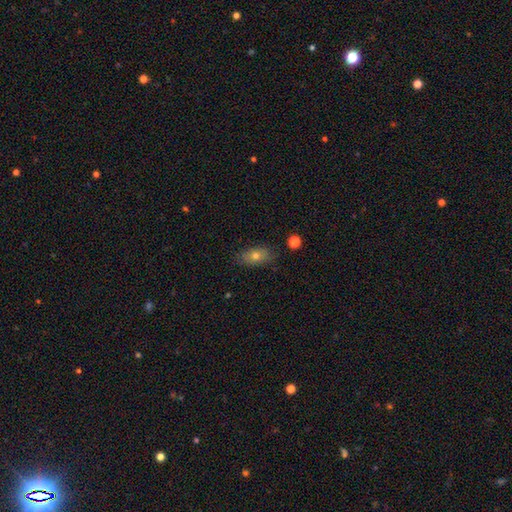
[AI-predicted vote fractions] Overall: smooth (68%). How rounded: in between (81%). Merging: none (82%).